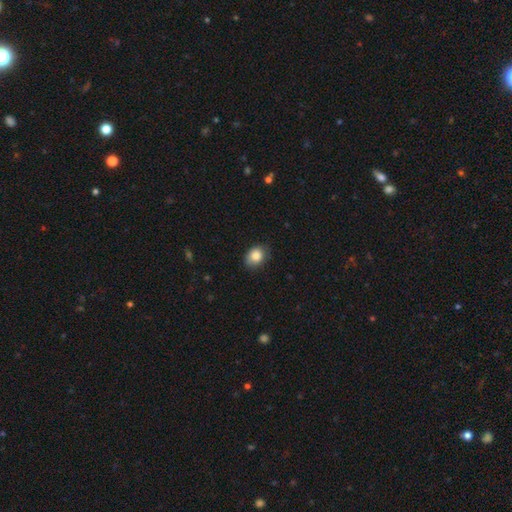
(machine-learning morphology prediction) Smooth or featured?
  - smooth: 85% *
  - star or artifact: 8%
  - featured or disk: 6%
How rounded?
  - in between: 61% *
  - round: 38%
  - cigar-shaped: 1%
Merging?
  - none: 78% *
  - minor disturbance: 18%
  - major disturbance: 3%
  - merger: 1%